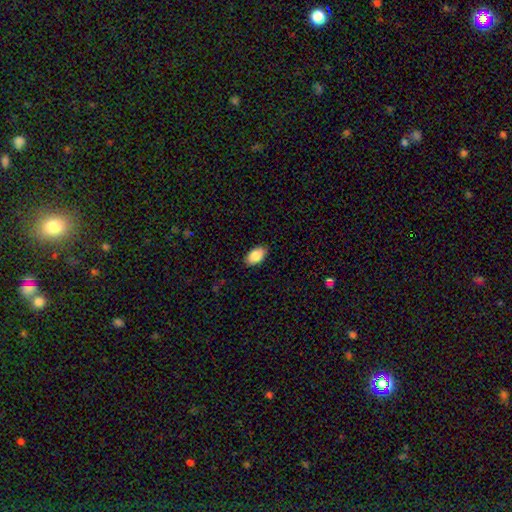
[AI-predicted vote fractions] Morphology: type=smooth (87%); roundness=in between (93%); merging=none (87%).